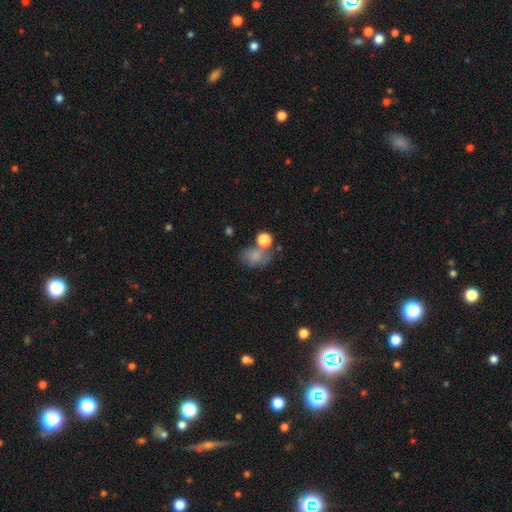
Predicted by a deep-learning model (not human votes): The model was most divided on "merging": none: 37%, merger: 27%, minor disturbance: 21%, major disturbance: 16%. More confident: smooth or featured — smooth (69%); how rounded — in between (59%).